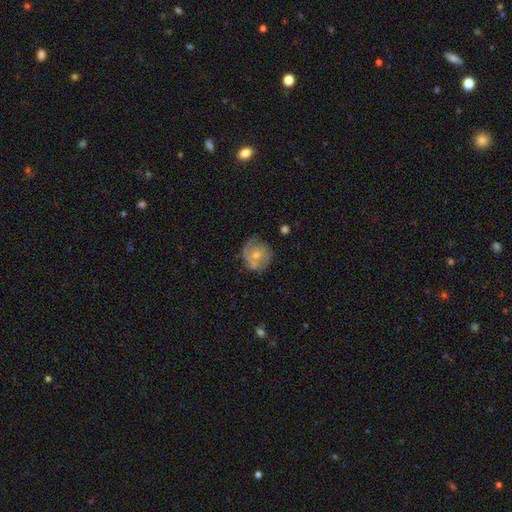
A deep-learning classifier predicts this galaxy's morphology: This appears to be a featured or disk galaxy (53%) with no bar (80%), spiral arms (69%) and a moderate central bulge (49%). Merging: none (58%).